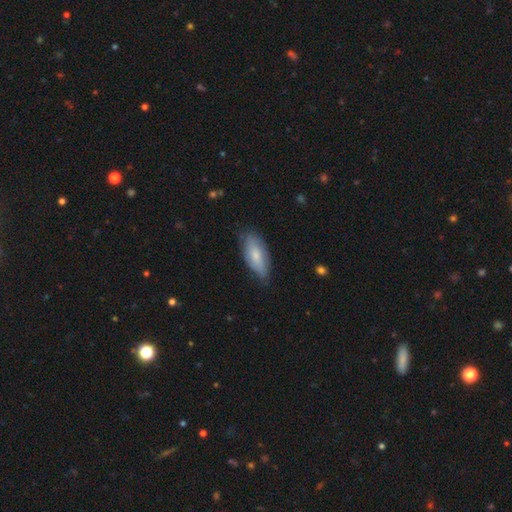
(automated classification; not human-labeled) smooth_or_featured: smooth (p=0.71) [alt: featured or disk p=0.24]
how_rounded: in between (p=0.84) [alt: cigar-shaped p=0.14]
merging: none (p=0.69) [alt: minor disturbance p=0.25]